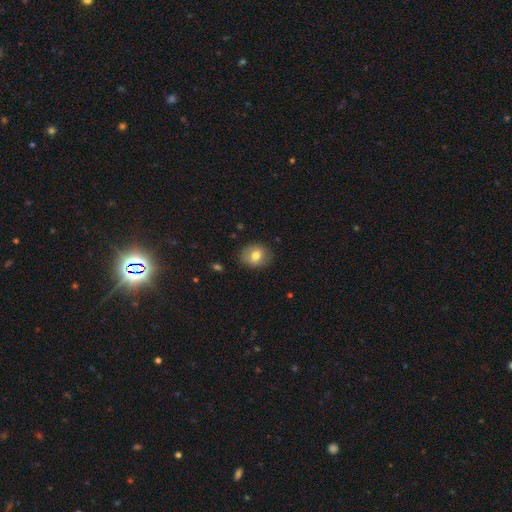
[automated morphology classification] This is likely a smooth galaxy (73%). How rounded: possibly round (55%). Merging: clearly none (85%).